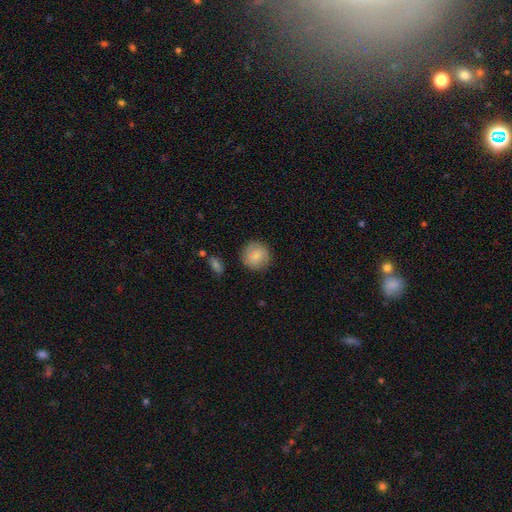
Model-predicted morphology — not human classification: This is clearly a smooth galaxy (83%). How rounded: clearly round (92%). Merging: clearly none (86%).